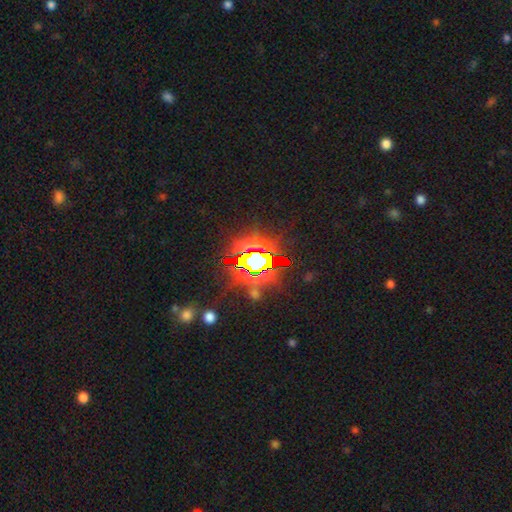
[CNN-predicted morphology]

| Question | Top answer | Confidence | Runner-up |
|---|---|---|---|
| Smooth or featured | star or artifact | 77% | smooth (12%) |